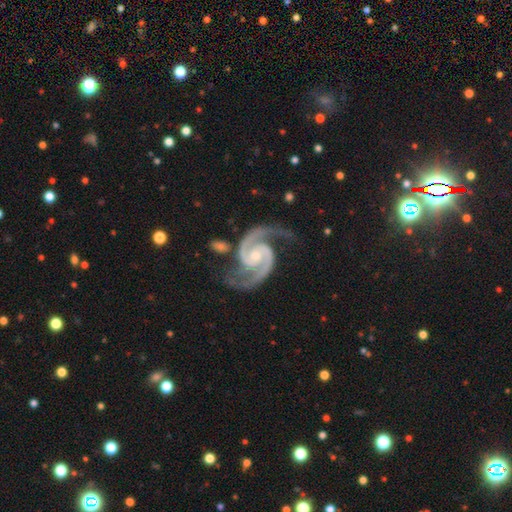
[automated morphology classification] Smooth or featured?
  - featured or disk: 95% *
  - star or artifact: 3%
  - smooth: 2%
Edge-on disk?
  - no: 98% *
  - yes: 2%
Bar?
  - no: 56% *
  - weak: 33%
  - strong: 11%
Spiral arms?
  - yes: 99% *
  - no: 1%
Spiral winding?
  - medium: 62% *
  - tight: 28%
  - loose: 10%
Spiral arm count?
  - 2: 94% *
  - 3: 2%
  - can't tell: 1%
  - 1: 1%
  - 4: 1%
  - more than 4: 1%
Bulge size?
  - small: 56% *
  - moderate: 38%
  - none: 3%
  - large: 2%
  - dominant: 1%
Merging?
  - none: 69% *
  - minor disturbance: 19%
  - major disturbance: 7%
  - merger: 5%